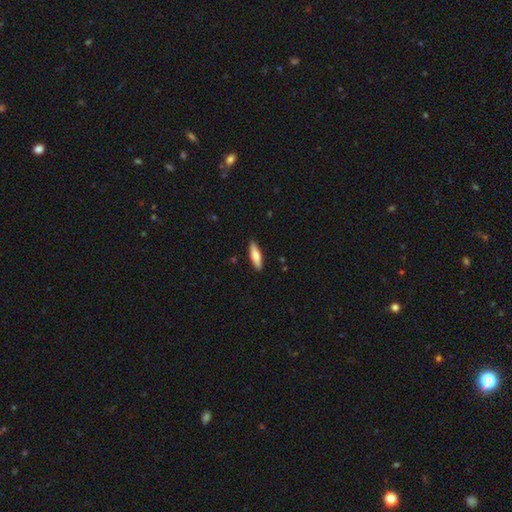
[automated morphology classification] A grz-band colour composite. It shows a smooth galaxy with no disk features (70%) that is cigar-shaped (63%). Merging: none (89%).